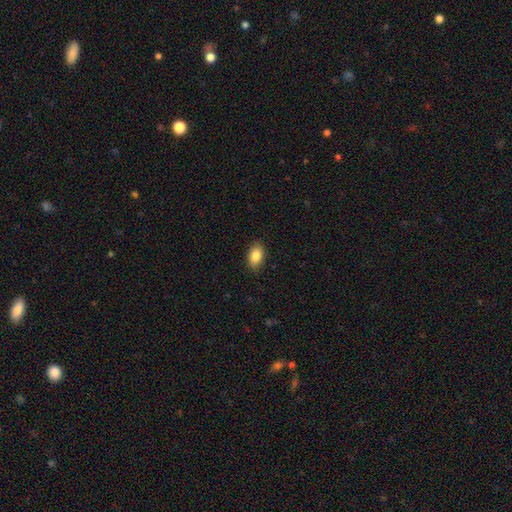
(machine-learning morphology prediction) smooth_or_featured: smooth (p=0.86) [alt: star or artifact p=0.08]
how_rounded: in between (p=0.89) [alt: round p=0.09]
merging: none (p=0.87) [alt: minor disturbance p=0.09]